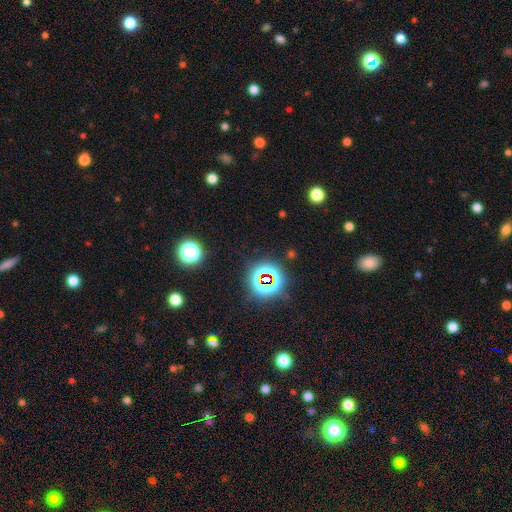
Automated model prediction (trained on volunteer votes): This appears to be a star or artifact, not a galaxy (79%).